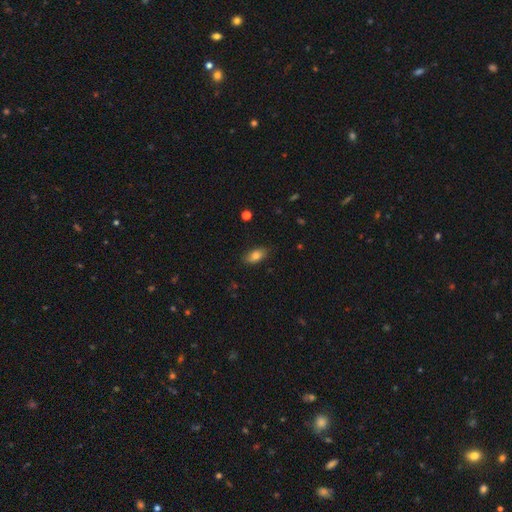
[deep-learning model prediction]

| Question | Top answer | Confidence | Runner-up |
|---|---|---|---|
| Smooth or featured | smooth | 82% | featured or disk (9%) |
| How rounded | in between | 88% | cigar-shaped (6%) |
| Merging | none | 84% | minor disturbance (12%) |